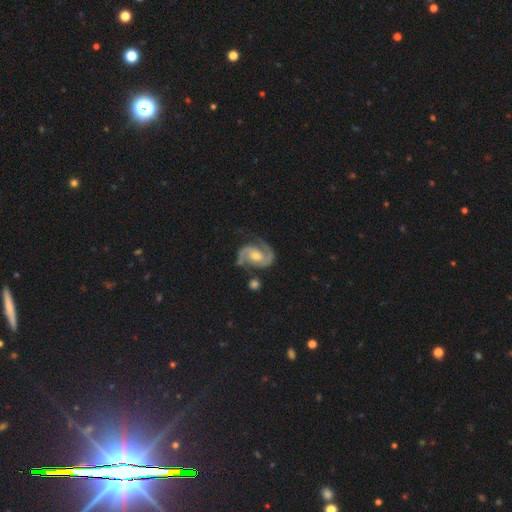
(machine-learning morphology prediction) Smooth or featured: featured or disk — 91% (star or artifact — 5%)
Edge-on disk: no — 98% (yes — 2%)
Bar: no — 51% (weak — 36%)
Spiral arms: yes — 98% (no — 2%)
Spiral winding: medium — 57% (tight — 27%)
Spiral arm count: 2 — 92% (can't tell — 2%)
Bulge size: moderate — 62% (small — 32%)
Merging: none — 69% (minor disturbance — 18%)